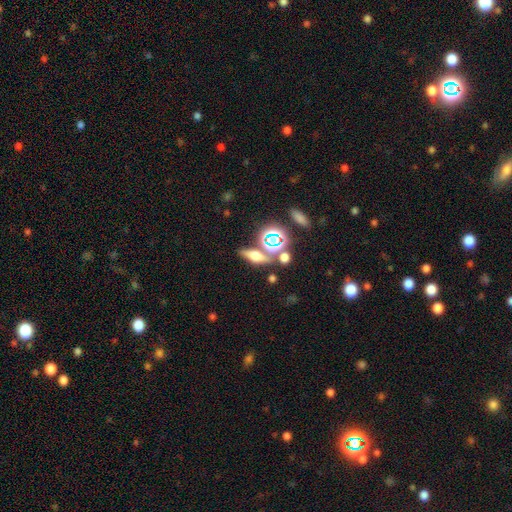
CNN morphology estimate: smooth-or-featured: smooth: 43% | featured or disk: 32% | star or artifact: 25%
  merging: none: 68% | merger: 16% | minor disturbance: 11% | major disturbance: 5%